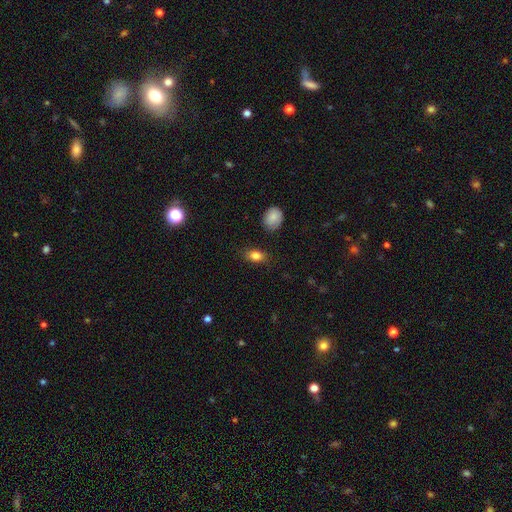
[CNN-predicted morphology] smooth 84%, star or artifact 9%, featured or disk 8%. Down the decision tree: how rounded — in between (81%); merging — none (82%).